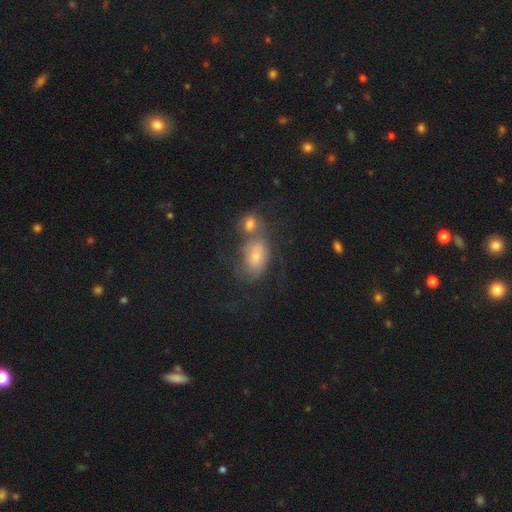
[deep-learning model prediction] Smooth or featured? featured or disk (45%)
Merging? merger (40%)